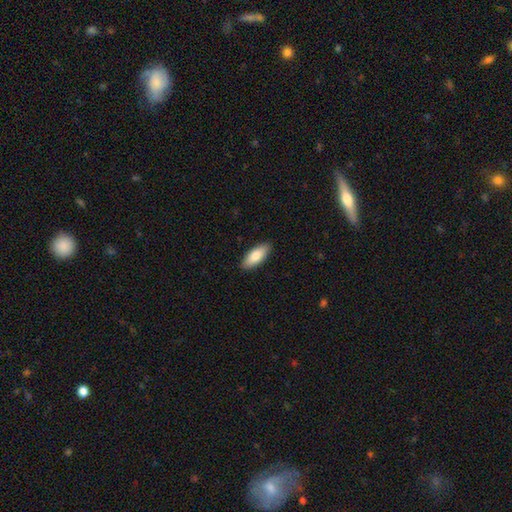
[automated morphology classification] smooth 82%, featured or disk 12%, star or artifact 5%. Down the decision tree: how rounded — in between (82%); merging — none (89%).